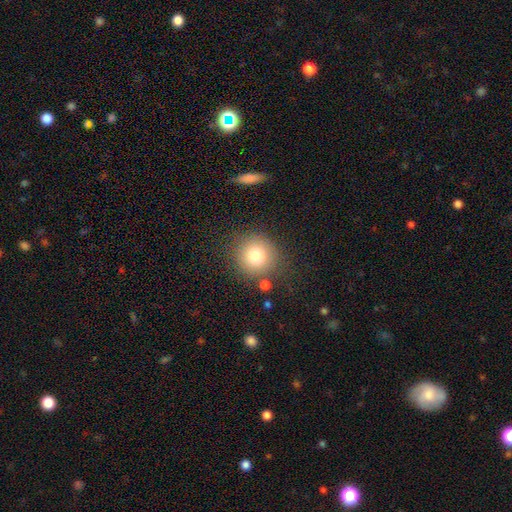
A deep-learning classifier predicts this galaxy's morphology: Smooth or featured? Predicted: smooth (p=0.80). How rounded? Predicted: round (p=0.92). Merging? Predicted: none (p=0.80).